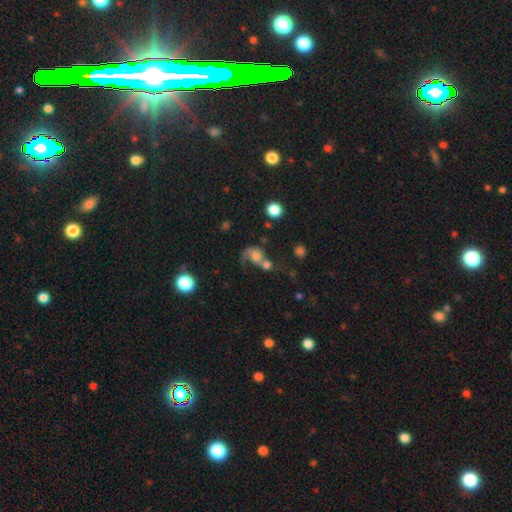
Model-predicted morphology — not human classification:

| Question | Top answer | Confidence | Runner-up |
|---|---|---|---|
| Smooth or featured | smooth | 51% | featured or disk (36%) |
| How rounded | round | 58% | in between (40%) |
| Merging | merger | 55% | major disturbance (21%) |